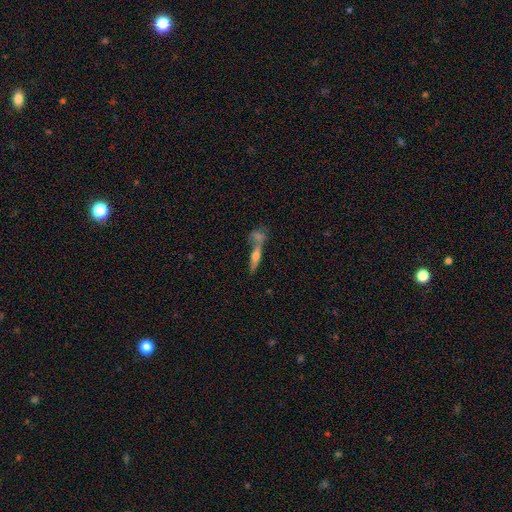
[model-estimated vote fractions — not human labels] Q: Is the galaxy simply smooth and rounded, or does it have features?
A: smooth — 46%.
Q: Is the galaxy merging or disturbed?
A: none — 45%.